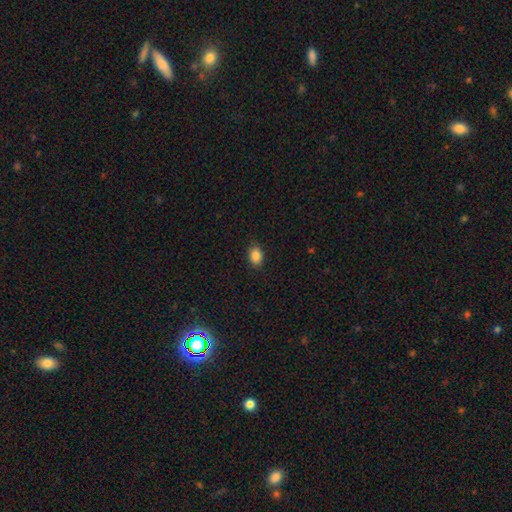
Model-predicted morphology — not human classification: smooth_or_featured: smooth (p=0.87) [alt: star or artifact p=0.09]
how_rounded: in between (p=0.77) [alt: round p=0.22]
merging: none (p=0.86) [alt: minor disturbance p=0.10]